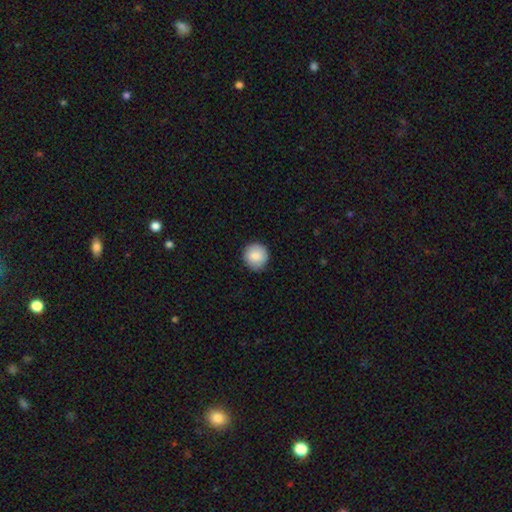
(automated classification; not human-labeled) smooth 86%, star or artifact 7%, featured or disk 6%. Down the decision tree: how rounded — round (93%); merging — none (87%).